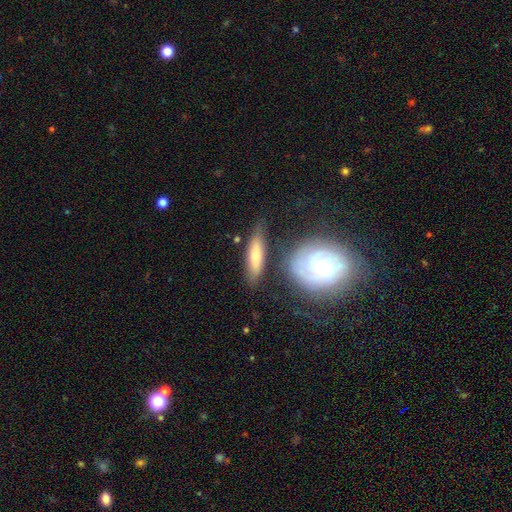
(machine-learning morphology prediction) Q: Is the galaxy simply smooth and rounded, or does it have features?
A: smooth — 63%.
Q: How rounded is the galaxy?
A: cigar-shaped — 58%.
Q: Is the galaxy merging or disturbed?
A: none — 69%.